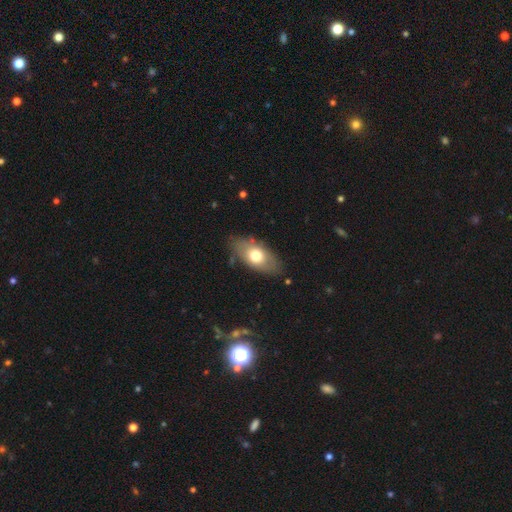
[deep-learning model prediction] A smooth galaxy with no disk features (66%) that is in between round and cigar-shaped (89%).

Vote fractions:
- Smooth or featured? smooth: 66% / featured or disk: 28% / star or artifact: 6%
- How rounded? in between: 89% / round: 6% / cigar-shaped: 5%
- Merging? none: 79% / minor disturbance: 15% / major disturbance: 4% / merger: 2%